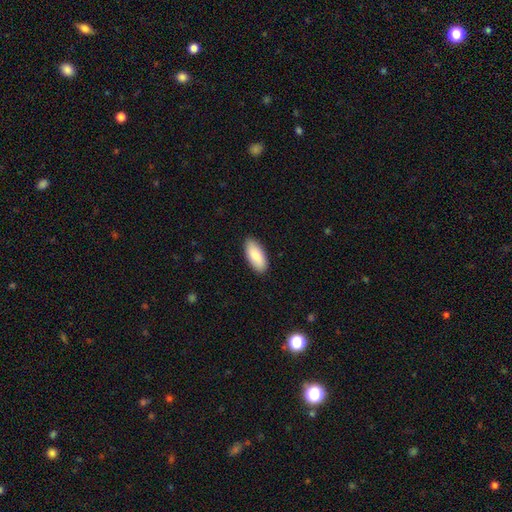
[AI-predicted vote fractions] Overall: smooth (86%). How rounded: in between (89%). Merging: none (89%).